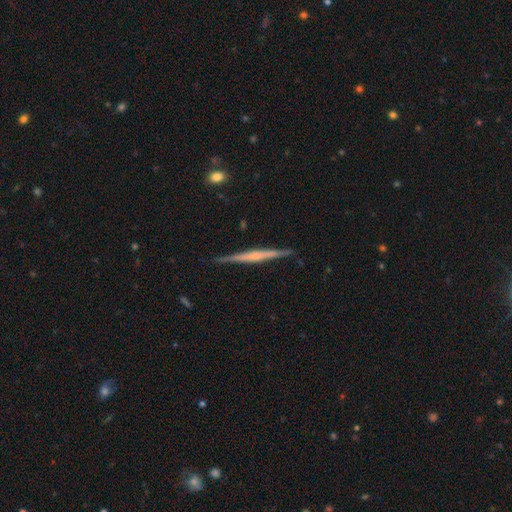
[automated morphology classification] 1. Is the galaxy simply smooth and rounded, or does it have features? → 72% featured or disk, 23% smooth, 5% star or artifact.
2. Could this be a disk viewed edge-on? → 98% yes, 2% no.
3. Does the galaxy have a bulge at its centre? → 43% none, 36% rounded, 21% boxy.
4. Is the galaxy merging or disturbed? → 89% none, 8% minor disturbance, 2% major disturbance, 1% merger.